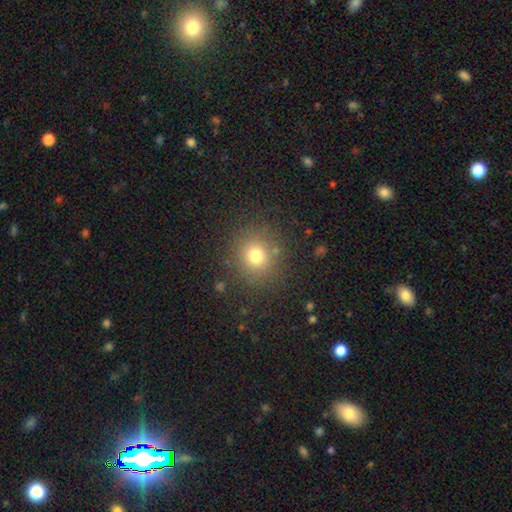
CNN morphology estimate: The model was most divided on "smooth or featured": smooth: 74%, star or artifact: 17%, featured or disk: 9%. More confident: how rounded — round (86%); merging — none (85%).